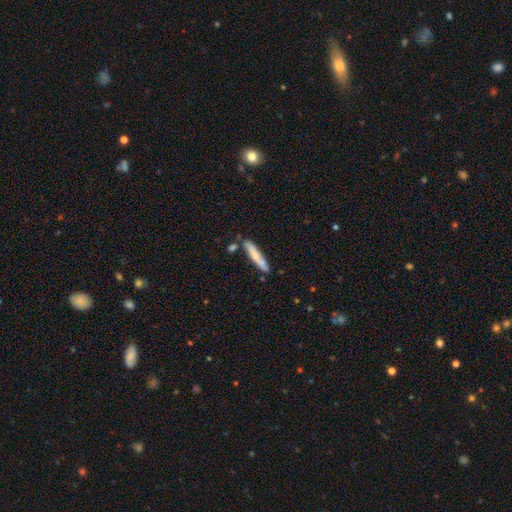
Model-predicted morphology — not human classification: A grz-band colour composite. It shows a smooth galaxy with no disk features (69%) that is cigar-shaped (90%). Merging: none (75%).